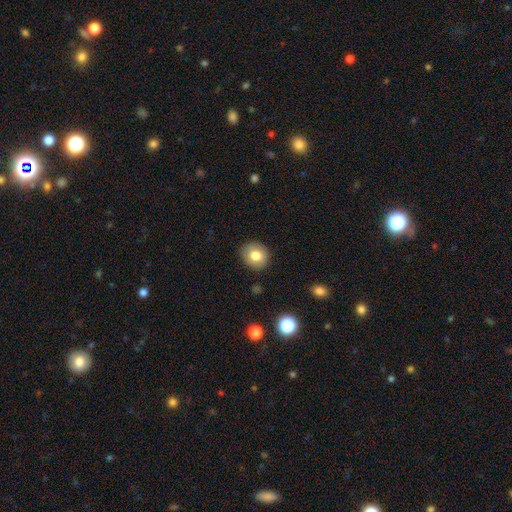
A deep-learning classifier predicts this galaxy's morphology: Overall: smooth (77%). How rounded: round (64%; in between 35%). Merging: none (86%).